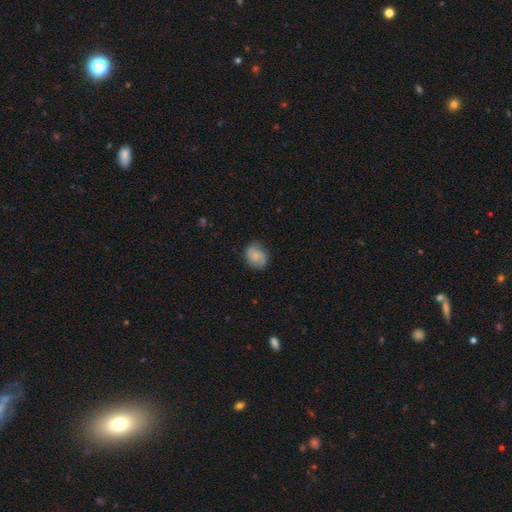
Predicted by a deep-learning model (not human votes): Smooth or featured? Predicted: smooth (p=0.54). How rounded? Predicted: round (p=0.53). Merging? Predicted: none (p=0.77).